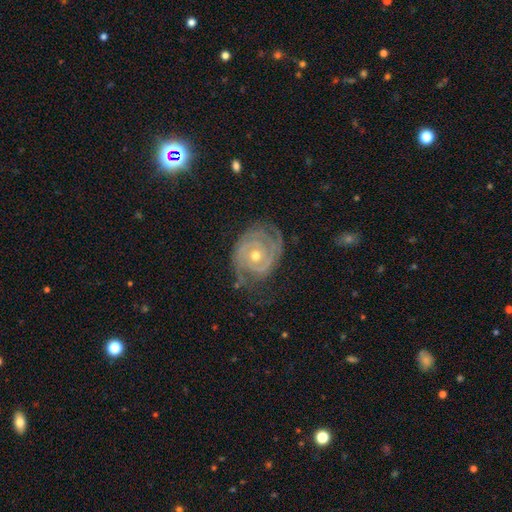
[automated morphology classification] The model was most divided on "spiral arm count": 2: 39%, can't tell: 25%, 3: 19%, 4: 6%, 1: 6%, more than 4: 5%. More confident: edge-on disk — no (97%); spiral arms — yes (94%); smooth or featured — featured or disk (87%); bar — no (79%); spiral winding — tight (78%); merging — none (66%); bulge size — moderate (59%).